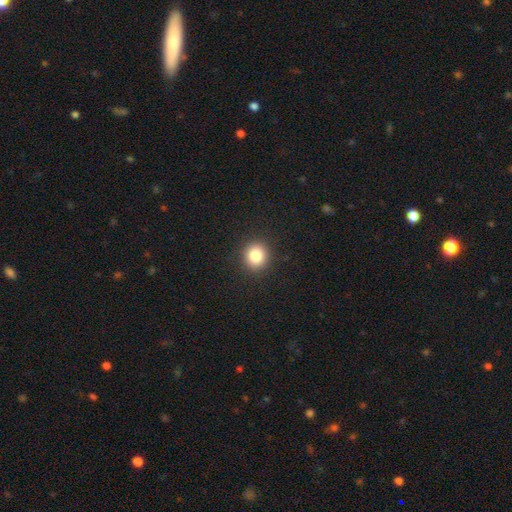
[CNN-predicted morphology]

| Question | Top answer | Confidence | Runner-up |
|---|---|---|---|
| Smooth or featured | smooth | 85% | star or artifact (10%) |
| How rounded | round | 84% | in between (15%) |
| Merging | none | 91% | minor disturbance (6%) |